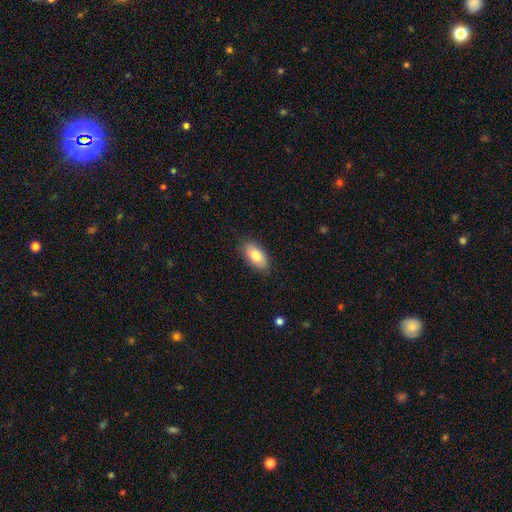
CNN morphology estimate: The model was most divided on "smooth or featured": smooth: 80%, featured or disk: 13%, star or artifact: 6%. More confident: how rounded — in between (92%); merging — none (86%).